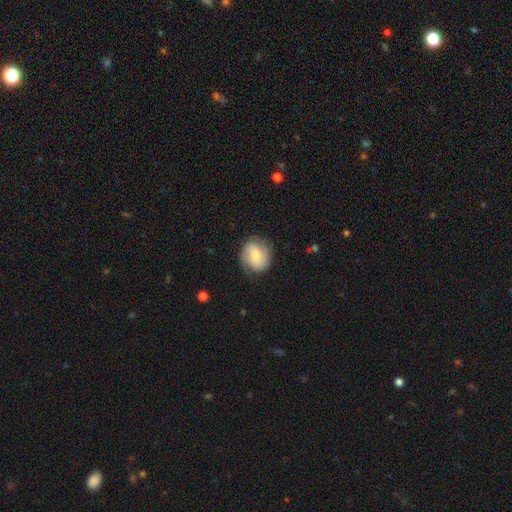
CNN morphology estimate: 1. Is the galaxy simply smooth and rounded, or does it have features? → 49% featured or disk, 44% smooth, 7% star or artifact.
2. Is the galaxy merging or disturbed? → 74% none, 18% minor disturbance, 6% major disturbance, 1% merger.